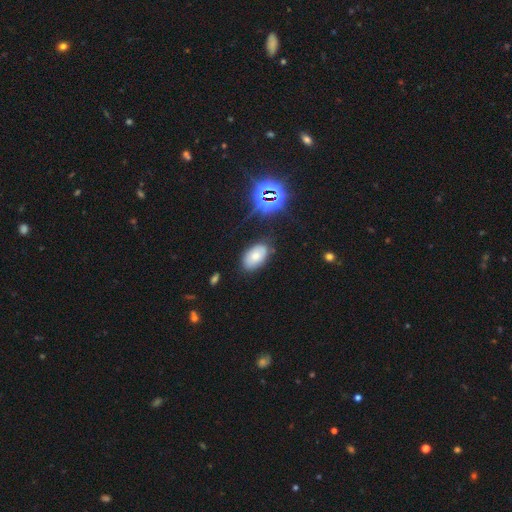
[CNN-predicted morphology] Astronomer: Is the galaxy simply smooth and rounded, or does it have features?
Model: smooth — 67%.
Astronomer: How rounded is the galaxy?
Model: in between — 92%.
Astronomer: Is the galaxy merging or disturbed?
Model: none — 79%.